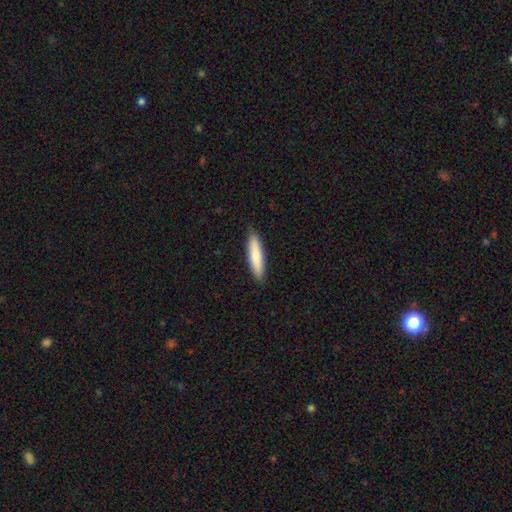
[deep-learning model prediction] This is clearly a smooth galaxy (81%). How rounded: clearly cigar-shaped (81%). Merging: clearly none (89%).